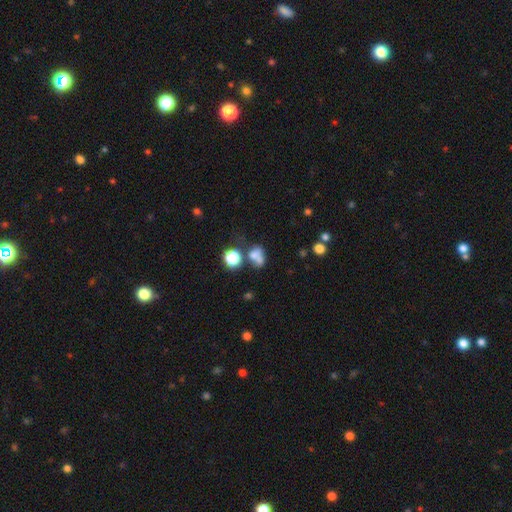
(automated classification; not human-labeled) Smooth or featured?
  - smooth: 66% *
  - featured or disk: 17%
  - star or artifact: 17%
How rounded?
  - in between: 53% *
  - round: 45%
  - cigar-shaped: 2%
Merging?
  - merger: 46% *
  - none: 28%
  - minor disturbance: 14%
  - major disturbance: 12%